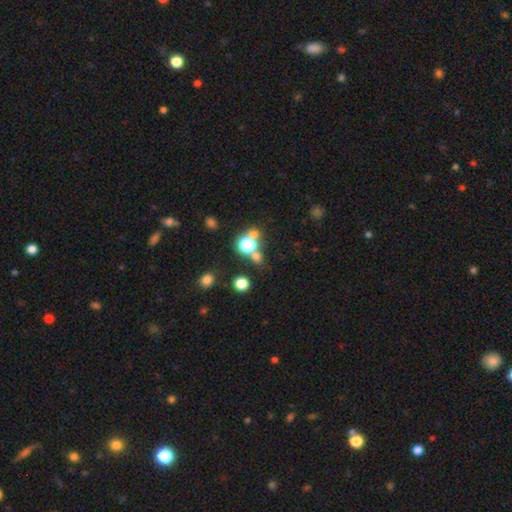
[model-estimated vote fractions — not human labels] smooth_or_featured: smooth (p=0.54) [alt: star or artifact p=0.37]
how_rounded: round (p=0.82) [alt: in between p=0.17]
merging: none (p=0.62) [alt: merger p=0.25]